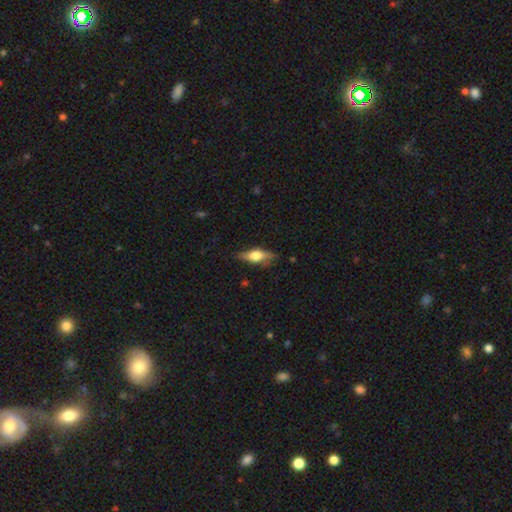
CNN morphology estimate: Overall: featured or disk (53%; smooth 40%). Edge-on disk: yes (92%). Merging: none (80%).